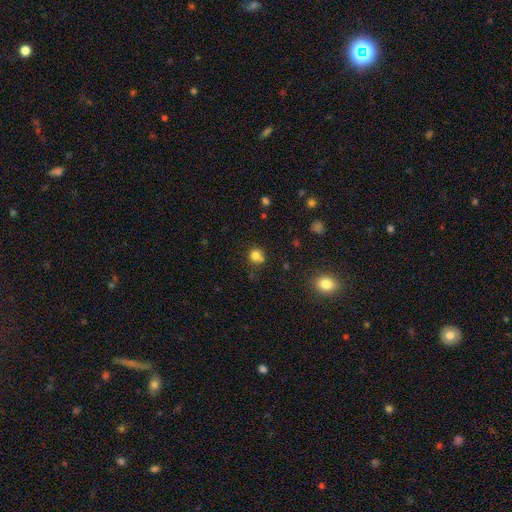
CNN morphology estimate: This appears to be a smooth galaxy with no disk features (78%) that is round (86%). Merging: none (59%).